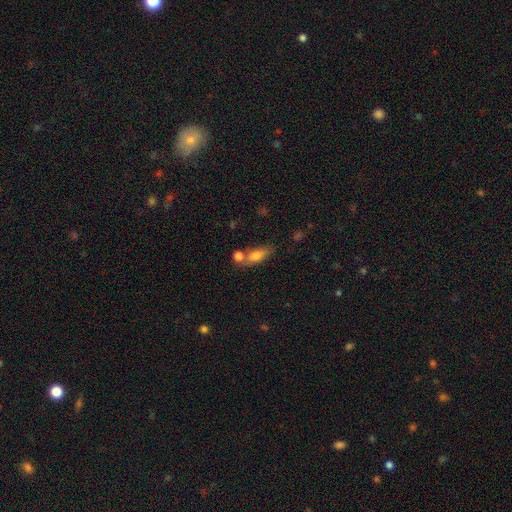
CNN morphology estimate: A smooth galaxy with no disk features (75%) that is in between round and cigar-shaped (69%). Merging: none (54%).